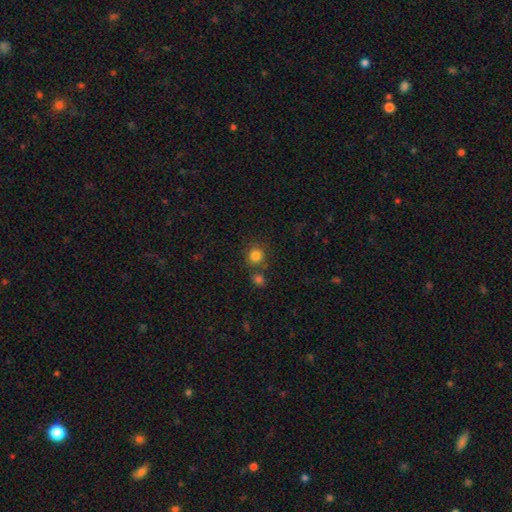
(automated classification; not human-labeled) smooth_or_featured: smooth (p=0.82) [alt: star or artifact p=0.12]
how_rounded: round (p=0.88) [alt: in between p=0.11]
merging: none (p=0.67) [alt: merger p=0.19]